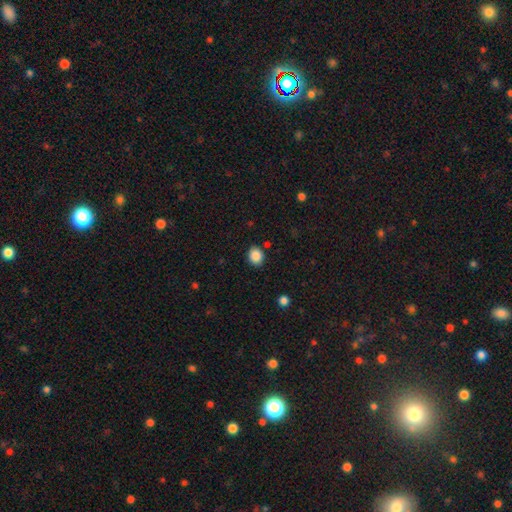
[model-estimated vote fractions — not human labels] smooth 87%, star or artifact 9%, featured or disk 4%. Down the decision tree: how rounded — round (63%); merging — none (86%).